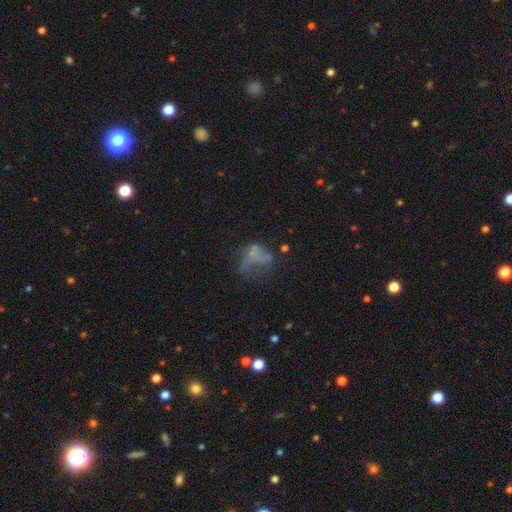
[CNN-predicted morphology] Q: Smooth or featured?
A: smooth (43%); runner-up: featured or disk (36%)
Q: Merging?
A: major disturbance (38%); runner-up: none (32%)